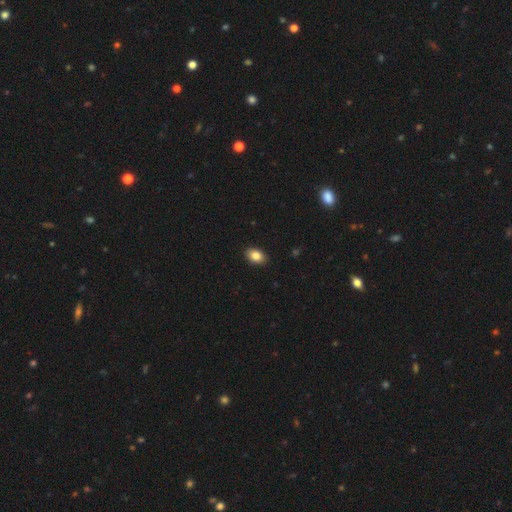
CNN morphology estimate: type=smooth (86%); roundness=in between (84%); merging=none (90%).